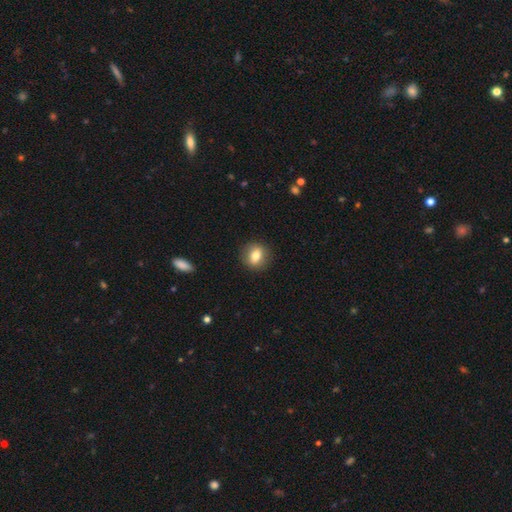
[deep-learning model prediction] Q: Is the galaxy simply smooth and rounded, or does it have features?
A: smooth — 74%.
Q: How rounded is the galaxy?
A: round — 68%.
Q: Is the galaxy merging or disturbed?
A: none — 89%.